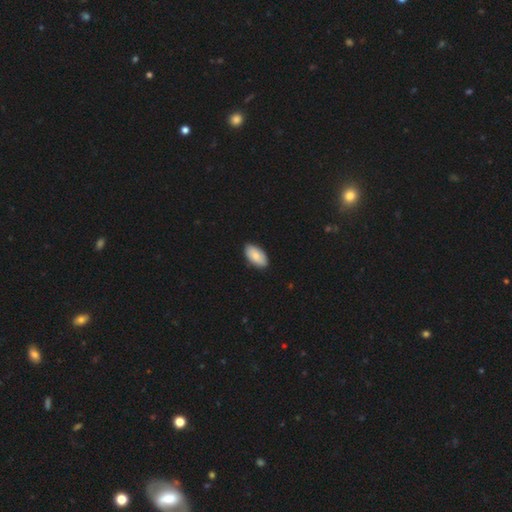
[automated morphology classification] smooth 83%, featured or disk 11%, star or artifact 5%. Down the decision tree: how rounded — in between (95%); merging — none (88%).